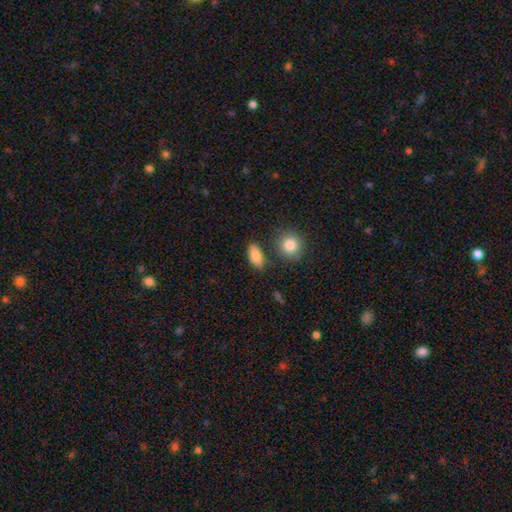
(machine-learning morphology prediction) A smooth galaxy with no disk features (85%) that is in between round and cigar-shaped (85%). Merging: none (77%).